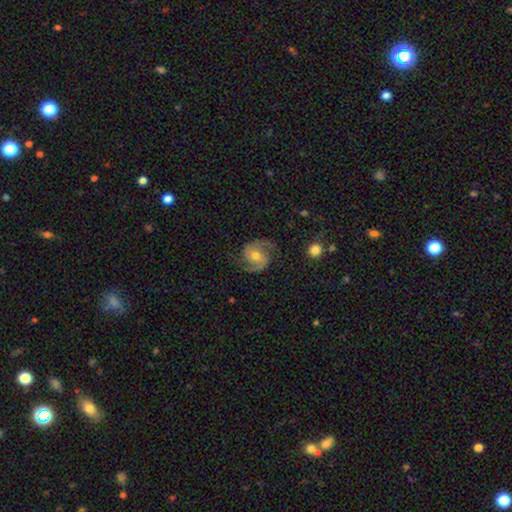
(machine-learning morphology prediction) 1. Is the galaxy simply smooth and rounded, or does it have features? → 86% featured or disk, 9% smooth, 6% star or artifact.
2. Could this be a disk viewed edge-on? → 98% no, 2% yes.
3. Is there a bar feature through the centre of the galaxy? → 48% no, 39% weak, 13% strong.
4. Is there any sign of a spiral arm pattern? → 97% yes, 3% no.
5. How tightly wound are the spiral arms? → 55% medium, 24% loose, 21% tight.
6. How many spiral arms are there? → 93% 2, 2% can't tell, 1% 3, 1% 1, 1% 4, 1% more than 4.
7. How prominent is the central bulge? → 65% moderate, 28% small, 4% large, 1% none, 1% dominant.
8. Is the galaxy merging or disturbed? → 78% none, 14% minor disturbance, 6% major disturbance, 1% merger.